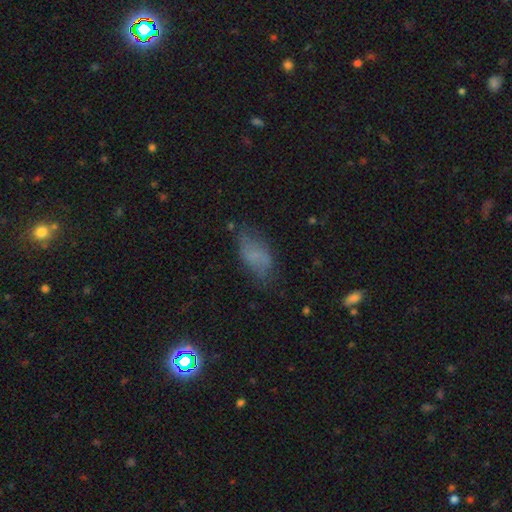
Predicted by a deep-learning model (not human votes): Overall: smooth (61%; featured or disk 25%). How rounded: in between (88%). Merging: none (58%; minor disturbance 27%).